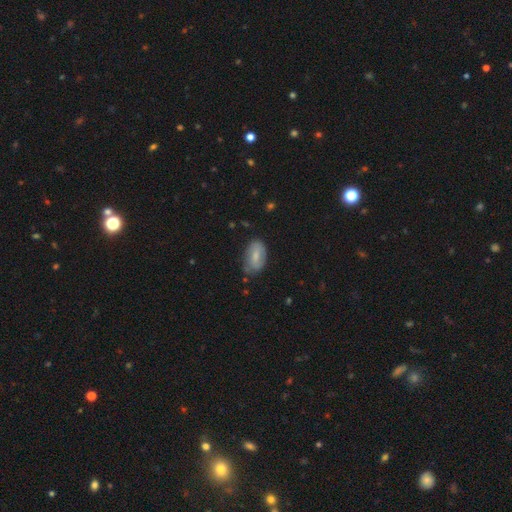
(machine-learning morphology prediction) smooth-or-featured: smooth: 67% | featured or disk: 26% | star or artifact: 7%
  how-rounded: in between: 92% | round: 6% | cigar-shaped: 3%
  merging: none: 66% | minor disturbance: 26% | major disturbance: 6% | merger: 2%